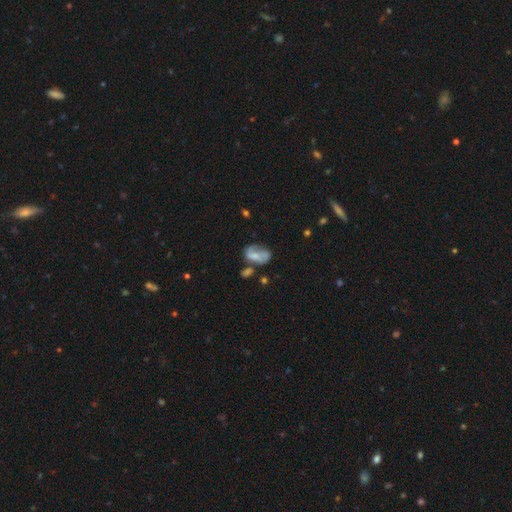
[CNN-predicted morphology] This is possibly a smooth galaxy (50%). How rounded: clearly in between (84%). Merging: marginally none (33%).